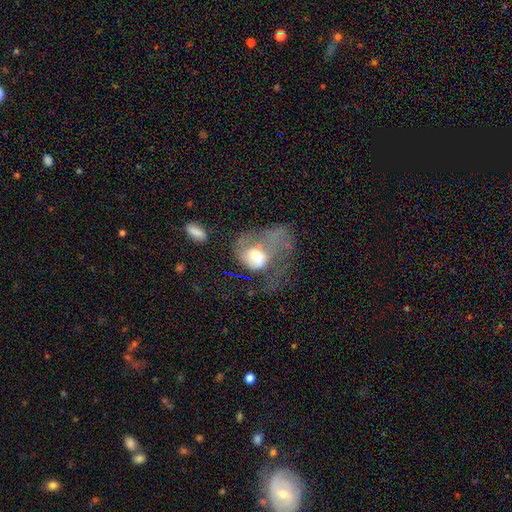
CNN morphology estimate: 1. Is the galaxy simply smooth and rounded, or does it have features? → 52% featured or disk, 38% smooth, 10% star or artifact.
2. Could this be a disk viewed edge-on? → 97% no, 3% yes.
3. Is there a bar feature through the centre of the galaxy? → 57% no, 32% weak, 11% strong.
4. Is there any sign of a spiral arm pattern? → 59% no, 41% yes.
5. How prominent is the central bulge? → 53% moderate, 28% large, 11% small, 4% dominant, 4% none.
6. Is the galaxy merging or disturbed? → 64% major disturbance, 13% merger, 12% none, 11% minor disturbance.